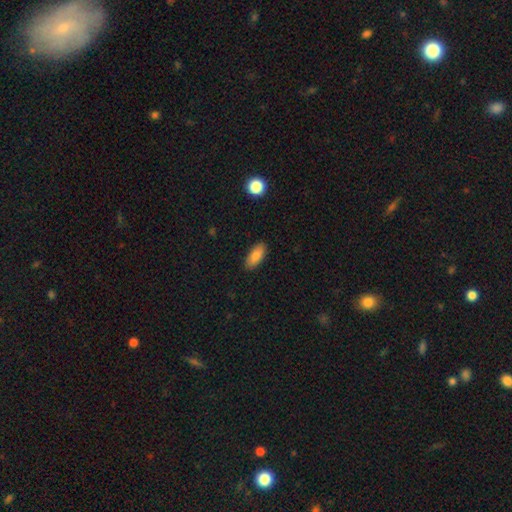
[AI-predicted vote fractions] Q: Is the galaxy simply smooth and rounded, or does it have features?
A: smooth — 83%.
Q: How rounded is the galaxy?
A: in between — 84%.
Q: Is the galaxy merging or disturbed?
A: none — 88%.